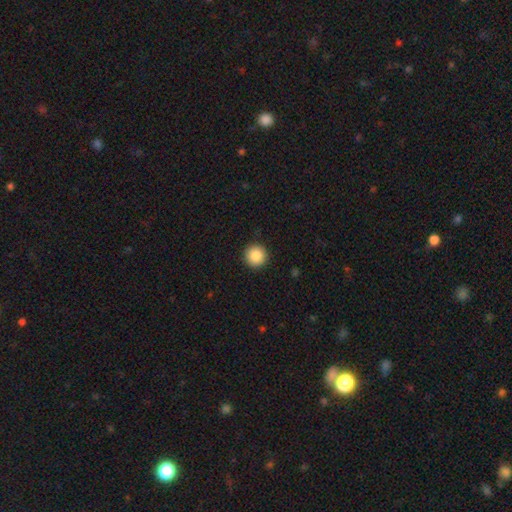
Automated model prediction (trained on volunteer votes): smooth 89%, star or artifact 8%, featured or disk 3%. Down the decision tree: how rounded — round (96%); merging — none (93%).